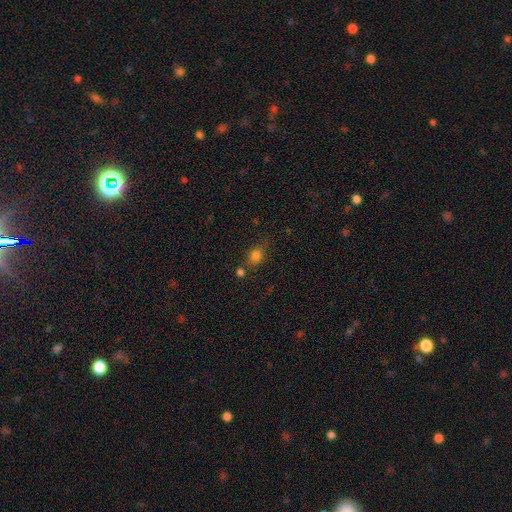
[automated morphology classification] This appears to be a smooth galaxy with no disk features (79%) that is in between round and cigar-shaped (55%). Merging: none (66%).